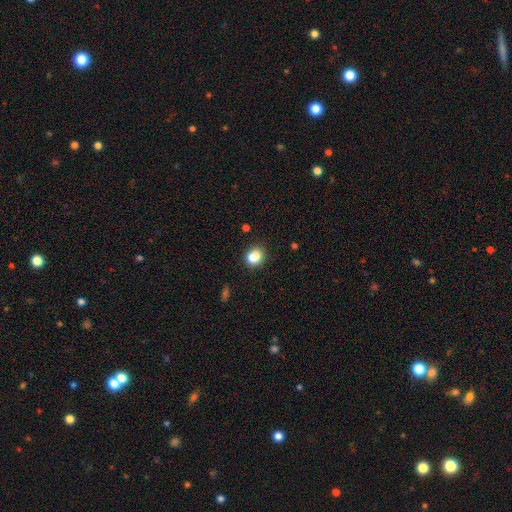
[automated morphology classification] Overall: smooth (81%). How rounded: round (62%; in between 37%). Merging: none (71%).